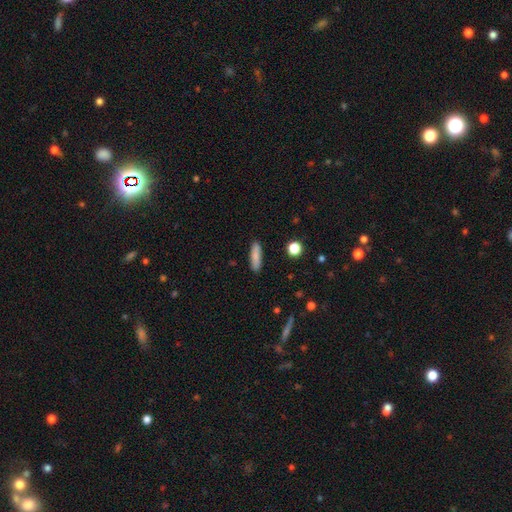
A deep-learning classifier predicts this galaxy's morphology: Smooth or featured? smooth (82%)
How rounded? cigar-shaped (67%)
Merging? none (88%)